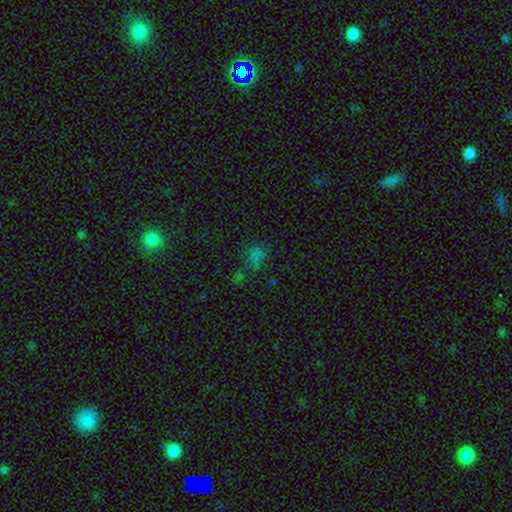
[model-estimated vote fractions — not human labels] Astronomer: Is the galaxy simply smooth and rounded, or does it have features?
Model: smooth — 50% (runner-up: star or artifact, 42%).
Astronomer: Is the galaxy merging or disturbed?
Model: none — 53%.